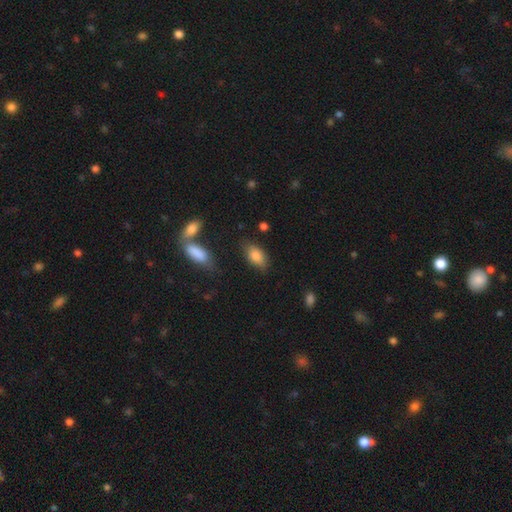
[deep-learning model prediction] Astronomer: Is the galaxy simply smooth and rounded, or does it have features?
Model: smooth — 85%.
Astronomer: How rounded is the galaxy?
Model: in between — 91%.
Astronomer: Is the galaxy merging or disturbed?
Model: none — 74%.